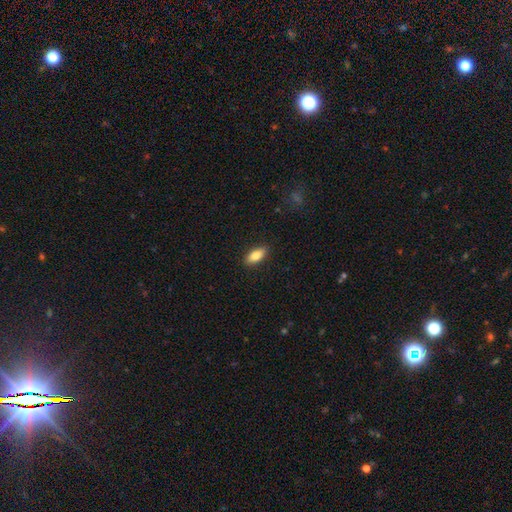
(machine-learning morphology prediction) Q: Smooth or featured?
A: smooth (80%); runner-up: featured or disk (14%)
Q: How rounded?
A: in between (82%); runner-up: cigar-shaped (16%)
Q: Merging?
A: none (88%); runner-up: minor disturbance (9%)